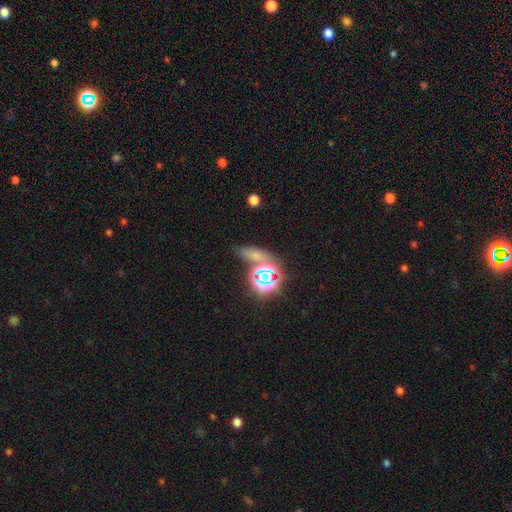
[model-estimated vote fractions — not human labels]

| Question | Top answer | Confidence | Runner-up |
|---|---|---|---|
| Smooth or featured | smooth | 46% | star or artifact (43%) |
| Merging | none | 61% | minor disturbance (16%) |